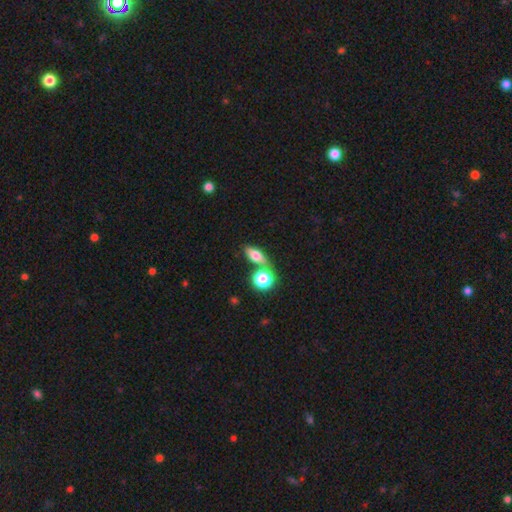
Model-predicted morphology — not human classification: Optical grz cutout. It shows a smooth galaxy with no disk features (62%) that is in between round and cigar-shaped (57%). Merging: none (66%).